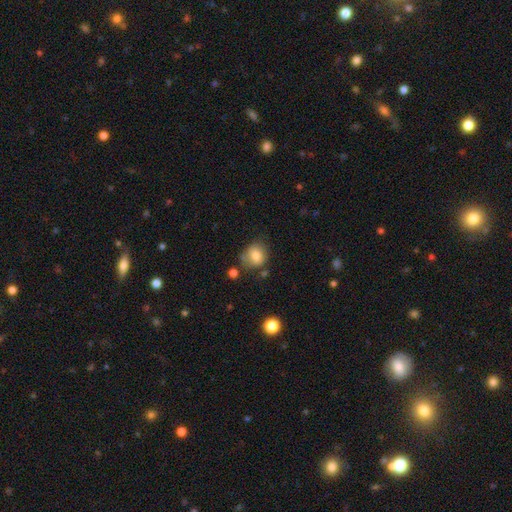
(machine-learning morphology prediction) Q: Smooth or featured?
A: smooth (78%); runner-up: featured or disk (12%)
Q: How rounded?
A: round (69%); runner-up: in between (30%)
Q: Merging?
A: none (66%); runner-up: minor disturbance (21%)